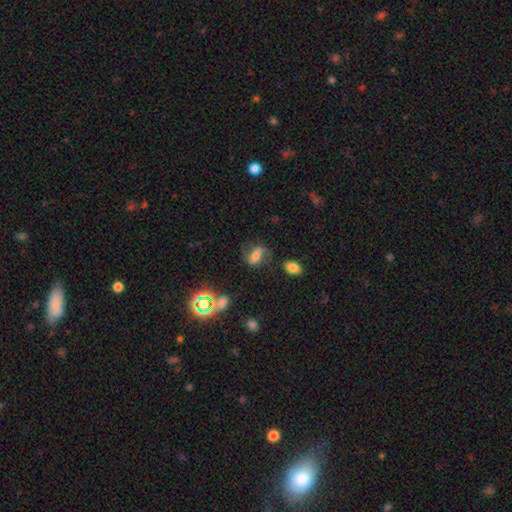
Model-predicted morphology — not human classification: Overall: featured or disk (51%; smooth 34%). Edge-on disk: no (93%). Merging: none (64%).